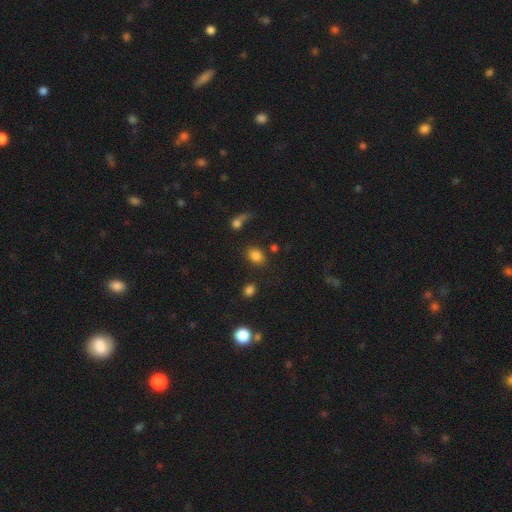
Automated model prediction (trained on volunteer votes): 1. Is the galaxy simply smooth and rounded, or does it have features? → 81% smooth, 12% star or artifact, 7% featured or disk.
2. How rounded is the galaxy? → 67% in between, 32% round, 1% cigar-shaped.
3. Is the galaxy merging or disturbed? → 74% none, 12% minor disturbance, 8% merger, 6% major disturbance.